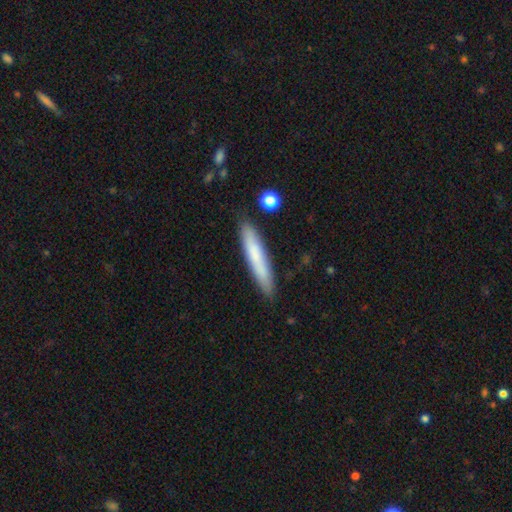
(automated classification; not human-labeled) Smooth or featured?
  - smooth: 72% *
  - featured or disk: 22%
  - star or artifact: 6%
How rounded?
  - cigar-shaped: 91% *
  - in between: 7%
  - round: 1%
Merging?
  - none: 86% *
  - minor disturbance: 10%
  - merger: 2%
  - major disturbance: 2%